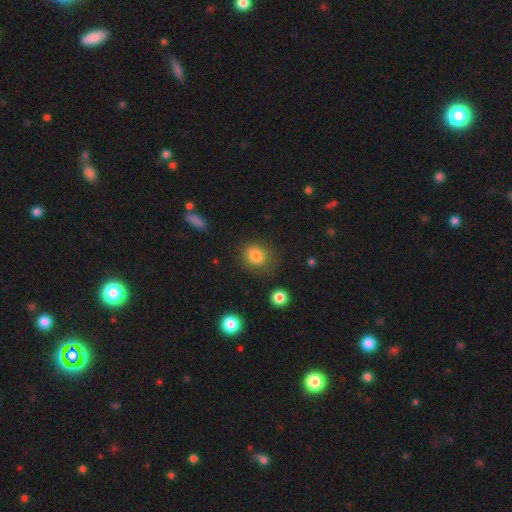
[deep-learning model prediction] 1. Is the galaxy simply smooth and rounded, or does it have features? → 83% smooth, 11% star or artifact, 6% featured or disk.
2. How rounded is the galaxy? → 75% round, 24% in between, 1% cigar-shaped.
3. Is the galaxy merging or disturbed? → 80% none, 13% minor disturbance, 5% major disturbance, 2% merger.